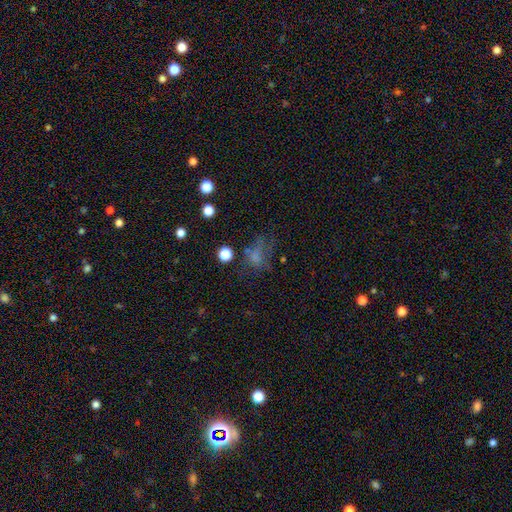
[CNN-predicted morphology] Q: Smooth or featured?
A: smooth (58%); runner-up: star or artifact (22%)
Q: How rounded?
A: in between (57%); runner-up: round (41%)
Q: Merging?
A: none (42%); runner-up: major disturbance (29%)